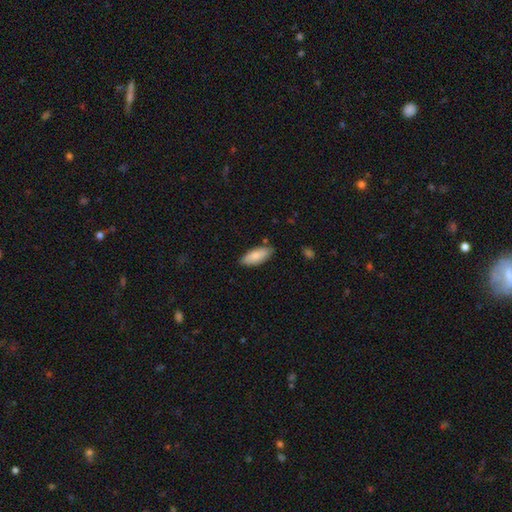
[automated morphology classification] smooth 81%, featured or disk 13%, star or artifact 6%. Down the decision tree: how rounded — in between (80%); merging — none (83%).